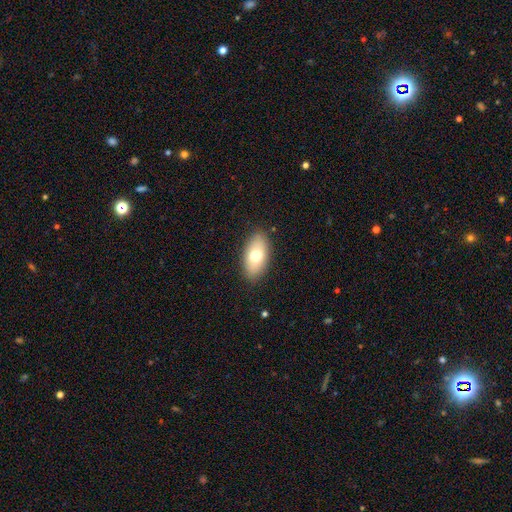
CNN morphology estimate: type=smooth (71%); roundness=in between (92%); merging=none (87%).